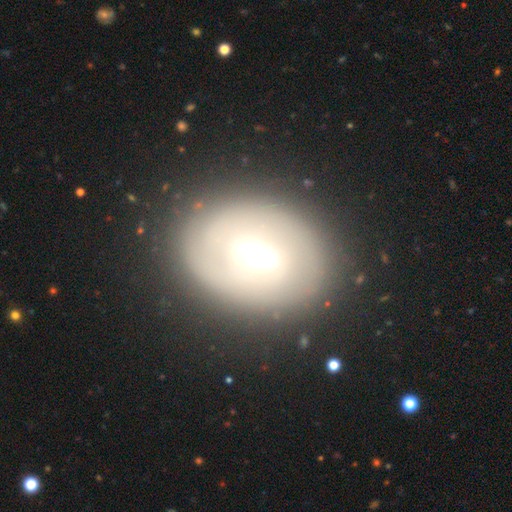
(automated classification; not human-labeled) The model was most divided on "smooth or featured": featured or disk: 53%, smooth: 36%, star or artifact: 11%. More confident: edge-on disk — no (89%); merging — none (78%).